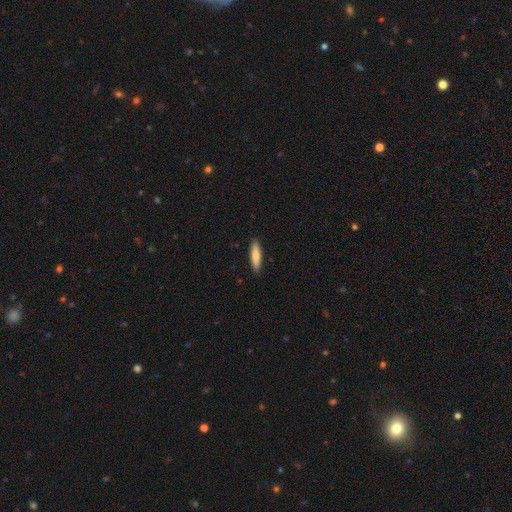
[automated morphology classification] Q: Smooth or featured?
A: smooth (77%); runner-up: featured or disk (18%)
Q: How rounded?
A: cigar-shaped (77%); runner-up: in between (22%)
Q: Merging?
A: none (90%); runner-up: minor disturbance (7%)